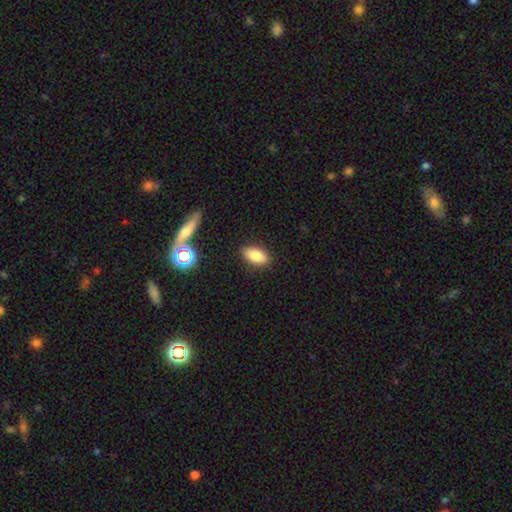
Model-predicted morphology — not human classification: smooth-or-featured: smooth: 83% | star or artifact: 9% | featured or disk: 8%
  how-rounded: in between: 89% | cigar-shaped: 8% | round: 4%
  merging: none: 86% | minor disturbance: 10% | major disturbance: 2% | merger: 2%